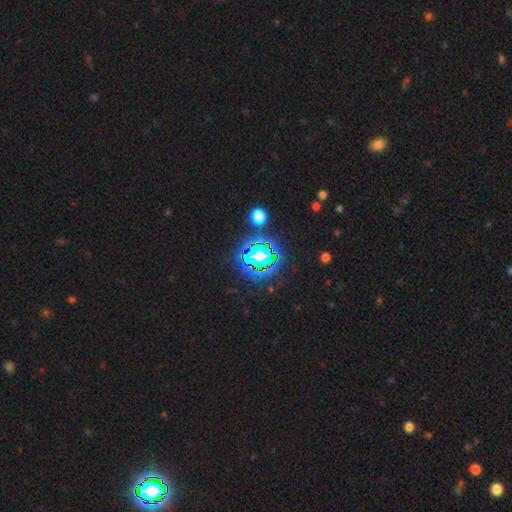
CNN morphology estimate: Smooth or featured? Predicted: star or artifact (p=0.82).